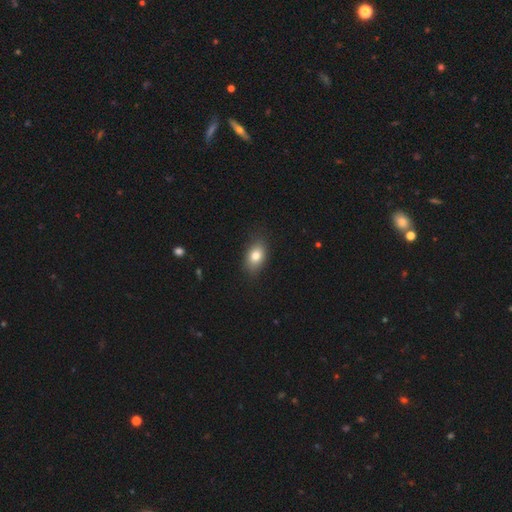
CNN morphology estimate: type=smooth (80%); roundness=in between (83%); merging=none (82%).